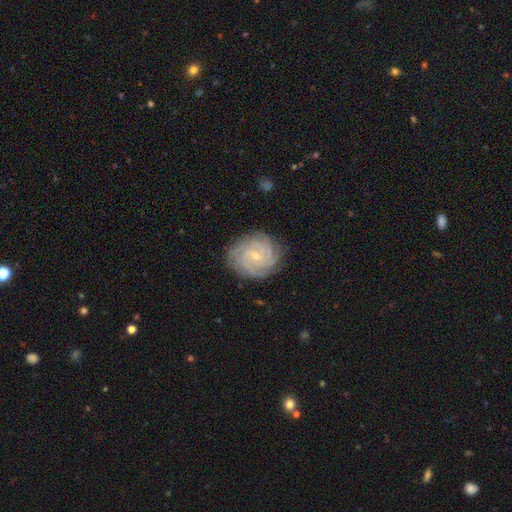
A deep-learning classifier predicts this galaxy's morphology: Q: Smooth or featured?
A: featured or disk (87%); runner-up: smooth (7%)
Q: Edge-on disk?
A: no (98%); runner-up: yes (2%)
Q: Bar?
A: no (52%); runner-up: weak (37%)
Q: Spiral arms?
A: yes (98%); runner-up: no (2%)
Q: Spiral winding?
A: tight (82%); runner-up: medium (16%)
Q: Spiral arm count?
A: 4 (38%); runner-up: 3 (18%)
Q: Bulge size?
A: small (75%); runner-up: moderate (22%)
Q: Merging?
A: none (84%); runner-up: minor disturbance (12%)